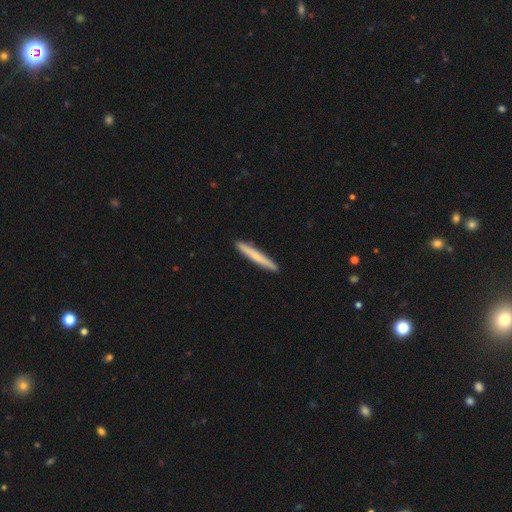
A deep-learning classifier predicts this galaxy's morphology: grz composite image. It shows a smooth galaxy with no disk features (70%) that is cigar-shaped (97%). Merging: none (93%).